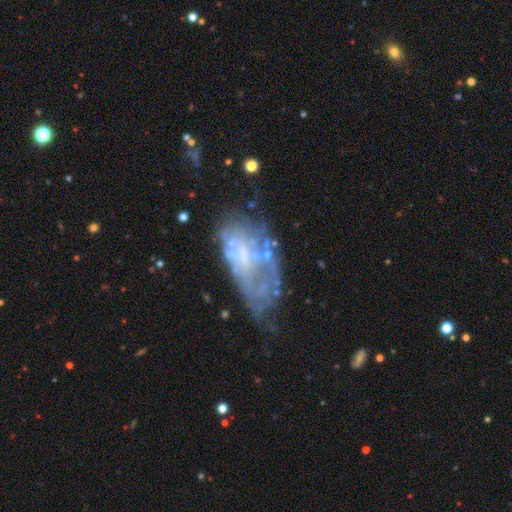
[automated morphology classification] smooth-or-featured: featured or disk: 65% | smooth: 24% | star or artifact: 11%
  disk-edge-on: no: 95% | yes: 5%
    bar: no: 76% | weak: 19% | strong: 5%
    has-spiral-arms: no: 70% | yes: 30%
    bulge-size: none: 55% | small: 27% | moderate: 14% | large: 3% | dominant: 1%
  merging: major disturbance: 35% | none: 32% | minor disturbance: 24% | merger: 9%